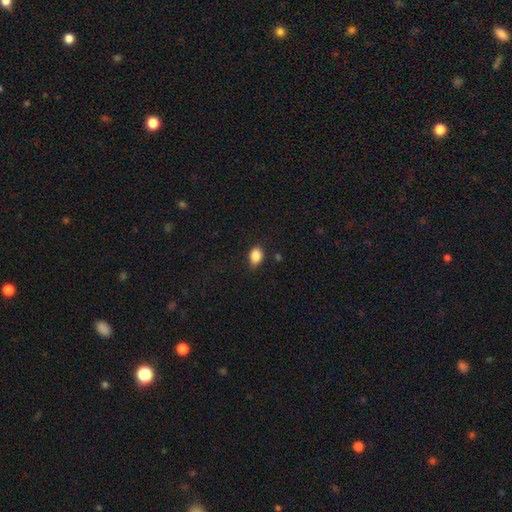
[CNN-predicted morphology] smooth-or-featured: smooth: 86% | star or artifact: 9% | featured or disk: 5%
  how-rounded: in between: 76% | round: 23% | cigar-shaped: 2%
  merging: none: 77% | minor disturbance: 19% | major disturbance: 3% | merger: 1%